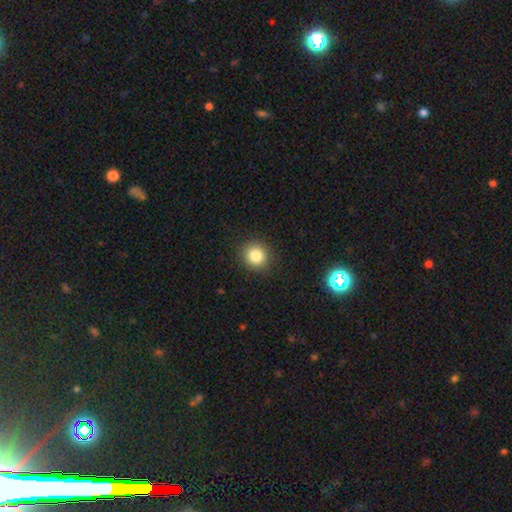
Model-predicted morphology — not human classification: A smooth galaxy with no disk features (84%) that is round (88%).

Vote fractions:
- Smooth or featured? smooth: 84% / star or artifact: 11% / featured or disk: 5%
- How rounded? round: 88% / in between: 11% / cigar-shaped: 1%
- Merging? none: 90% / minor disturbance: 7% / major disturbance: 2% / merger: 1%